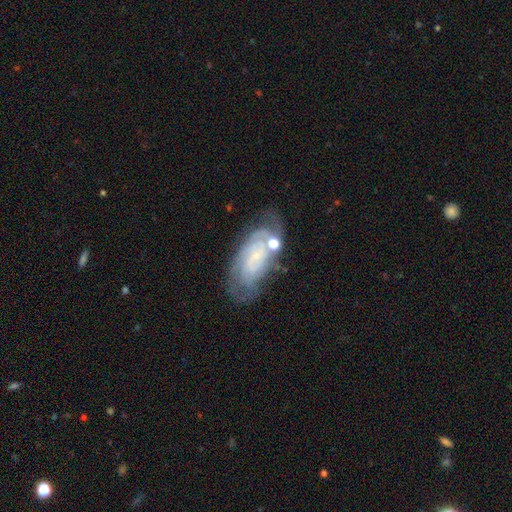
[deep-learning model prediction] Smooth or featured?
  - featured or disk: 76% *
  - smooth: 15%
  - star or artifact: 9%
Edge-on disk?
  - no: 94% *
  - yes: 6%
Bar?
  - no: 62% *
  - weak: 30%
  - strong: 9%
Spiral arms?
  - yes: 93% *
  - no: 7%
Spiral winding?
  - tight: 65% *
  - medium: 28%
  - loose: 7%
Spiral arm count?
  - can't tell: 39% *
  - 2: 27%
  - 3: 15%
  - 4: 9%
  - more than 4: 5%
  - 1: 5%
Bulge size?
  - small: 74% *
  - none: 13%
  - moderate: 10%
  - large: 2%
  - dominant: 1%
Merging?
  - none: 60% *
  - minor disturbance: 20%
  - major disturbance: 10%
  - merger: 10%